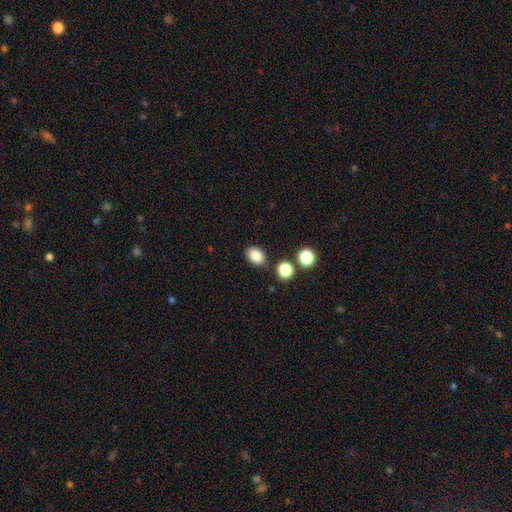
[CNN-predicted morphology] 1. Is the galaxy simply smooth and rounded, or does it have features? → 85% smooth, 10% star or artifact, 5% featured or disk.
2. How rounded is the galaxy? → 76% in between, 23% round, 1% cigar-shaped.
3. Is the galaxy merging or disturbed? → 83% none, 10% minor disturbance, 4% merger, 3% major disturbance.